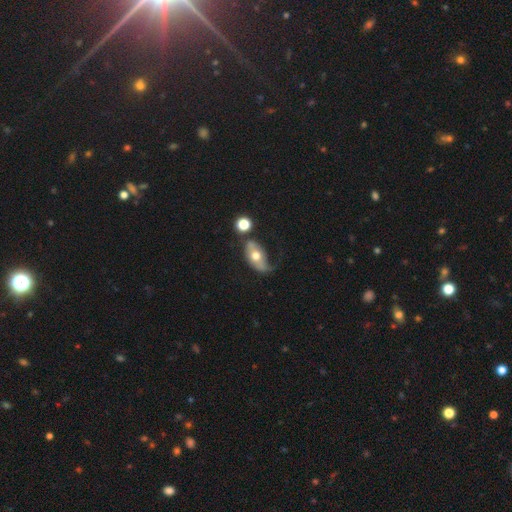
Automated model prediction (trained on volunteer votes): smooth-or-featured: smooth: 49% | featured or disk: 42% | star or artifact: 8%
  merging: none: 39% | minor disturbance: 30% | major disturbance: 21% | merger: 10%